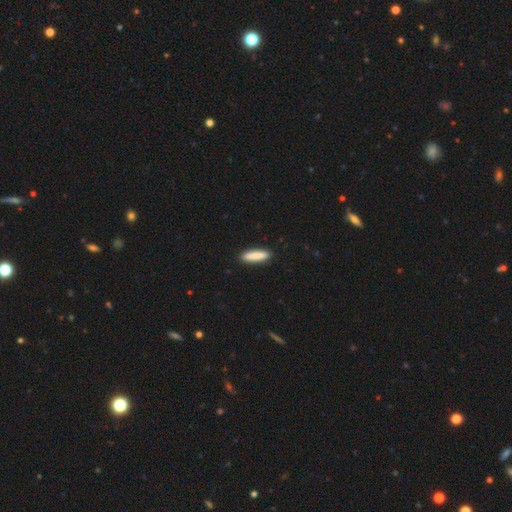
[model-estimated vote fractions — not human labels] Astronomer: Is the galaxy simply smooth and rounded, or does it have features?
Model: smooth — 86%.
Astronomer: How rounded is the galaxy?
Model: cigar-shaped — 80%.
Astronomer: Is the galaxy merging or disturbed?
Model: none — 91%.